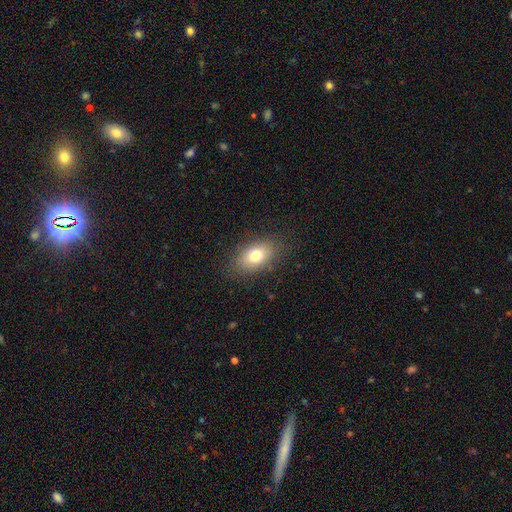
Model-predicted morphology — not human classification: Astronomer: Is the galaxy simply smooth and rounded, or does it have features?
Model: smooth — 76%.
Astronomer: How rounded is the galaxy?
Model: in between — 86%.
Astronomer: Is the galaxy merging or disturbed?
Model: none — 83%.